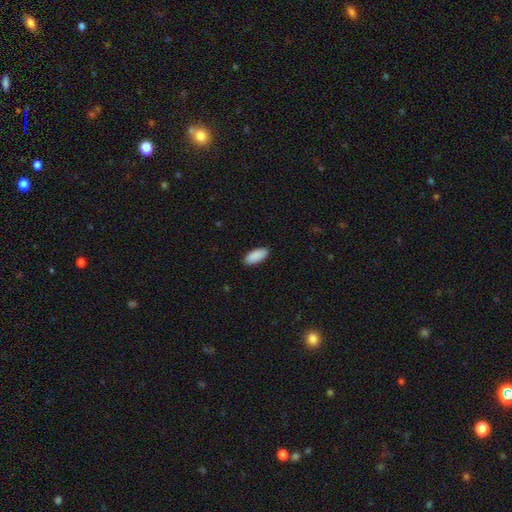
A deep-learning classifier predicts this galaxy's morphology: Smooth or featured? Predicted: smooth (p=0.91). How rounded? Predicted: in between (p=0.90). Merging? Predicted: none (p=0.89).